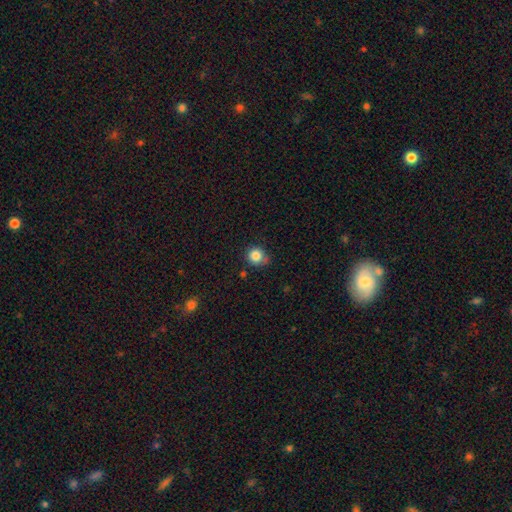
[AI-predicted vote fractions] Overall: smooth (84%). How rounded: round (87%). Merging: none (70%).